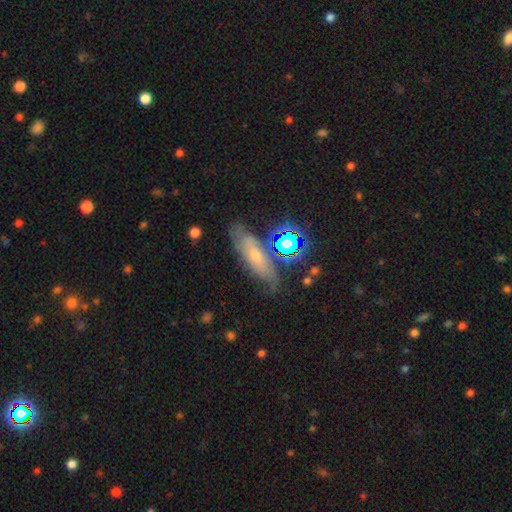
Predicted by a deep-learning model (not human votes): featured or disk 46%, smooth 39%, star or artifact 15%. Down the decision tree: merging — none (65%).